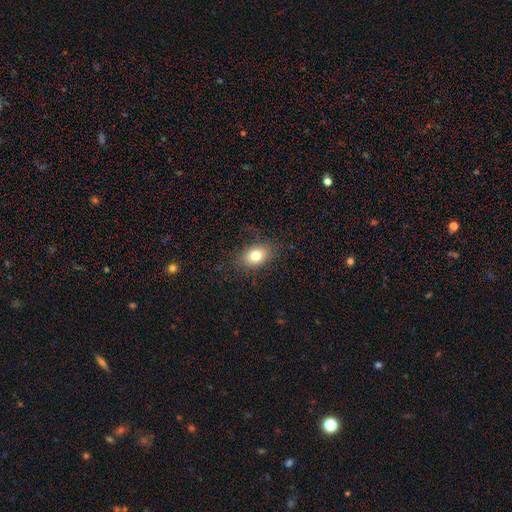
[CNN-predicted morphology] The model was most divided on "how rounded": in between: 74%, round: 25%, cigar-shaped: 1%. More confident: merging — none (82%); smooth or featured — smooth (78%).